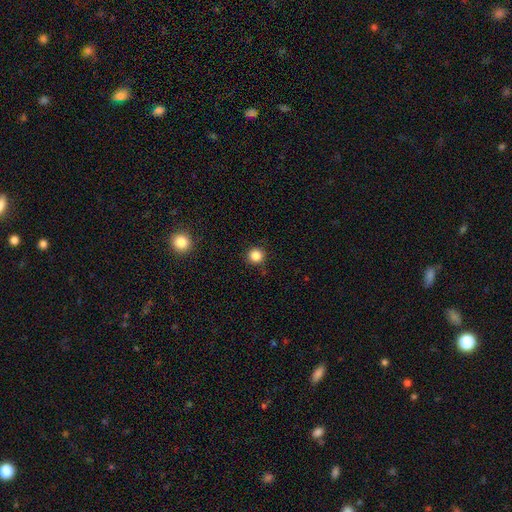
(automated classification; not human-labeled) Morphology: type=smooth (84%); roundness=round (95%); merging=none (90%).